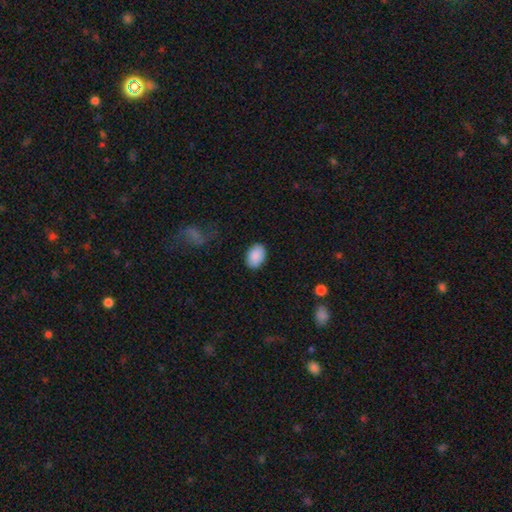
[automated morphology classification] smooth-or-featured: smooth: 90% | star or artifact: 7% | featured or disk: 4%
  how-rounded: in between: 86% | round: 13% | cigar-shaped: 1%
  merging: none: 87% | minor disturbance: 10% | major disturbance: 3% | merger: 1%